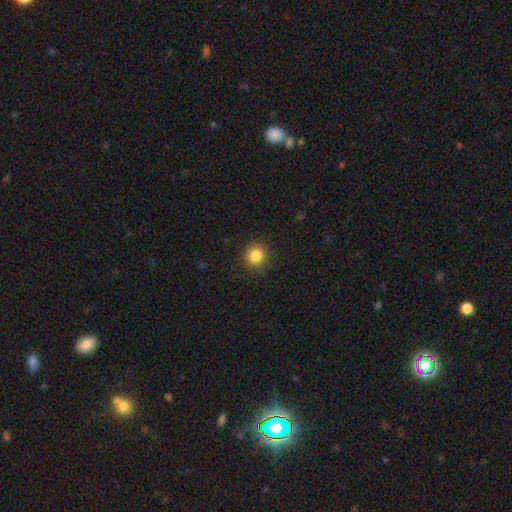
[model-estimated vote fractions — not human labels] Overall: smooth (84%). How rounded: round (92%). Merging: none (90%).